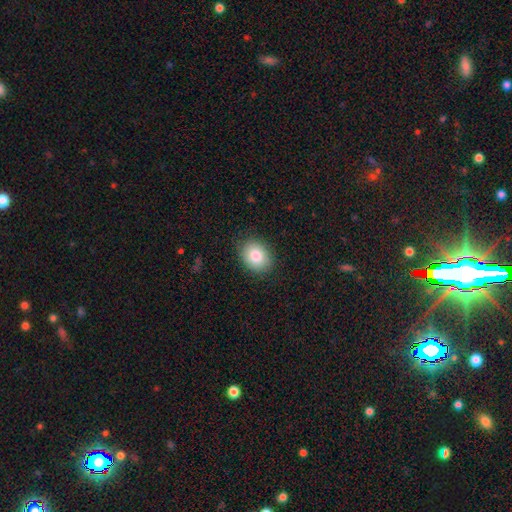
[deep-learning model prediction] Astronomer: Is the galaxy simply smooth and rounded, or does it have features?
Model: smooth — 83%.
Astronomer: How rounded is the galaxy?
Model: in between — 55% (runner-up: round, 45%).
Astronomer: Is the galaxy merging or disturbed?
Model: none — 86%.